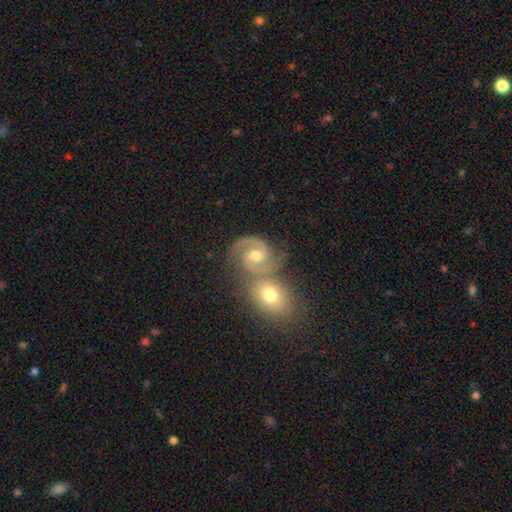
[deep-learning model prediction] Smooth or featured: featured or disk — 86% (smooth — 8%)
Edge-on disk: no — 98% (yes — 2%)
Bar: no — 47% (weak — 41%)
Spiral arms: yes — 98% (no — 2%)
Spiral winding: medium — 56% (tight — 35%)
Spiral arm count: 2 — 92% (can't tell — 2%)
Bulge size: moderate — 72% (small — 20%)
Merging: none — 45% (merger — 40%)